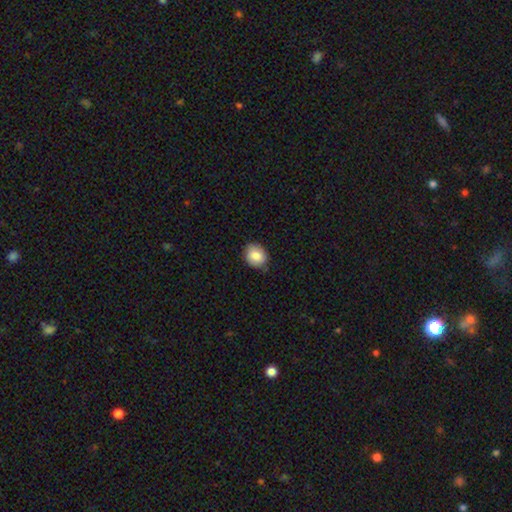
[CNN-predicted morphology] This is clearly a smooth galaxy (82%). How rounded: possibly round (52%). Merging: clearly none (81%).